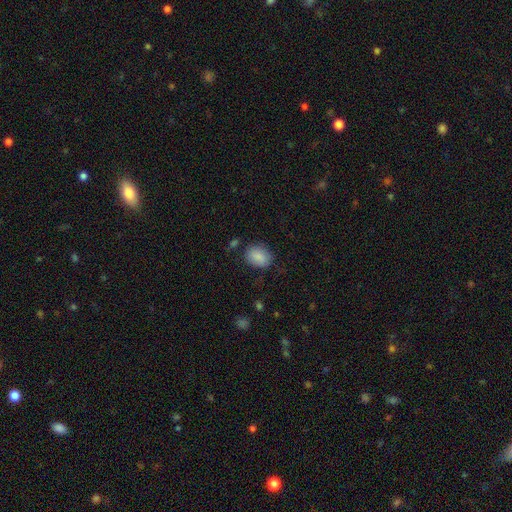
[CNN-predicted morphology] type=smooth (87%); roundness=in between (70%); merging=none (77%).